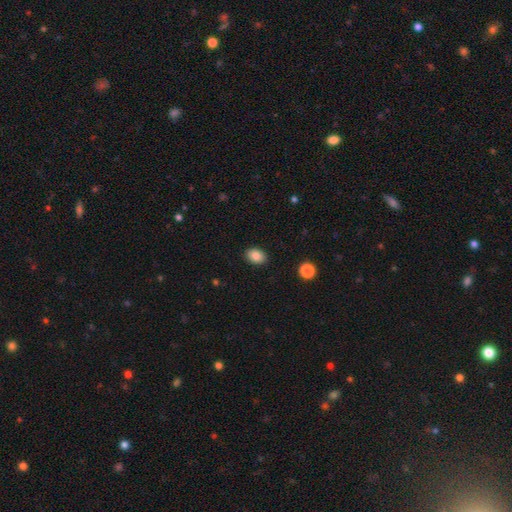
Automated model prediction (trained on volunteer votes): Smooth or featured? smooth (87%)
How rounded? in between (78%)
Merging? none (89%)